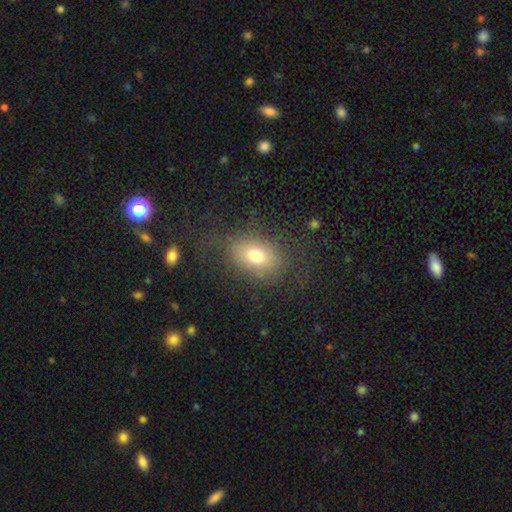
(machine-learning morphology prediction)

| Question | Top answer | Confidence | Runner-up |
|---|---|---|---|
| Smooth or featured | smooth | 72% | featured or disk (16%) |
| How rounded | in between | 74% | round (24%) |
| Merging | none | 68% | minor disturbance (16%) |